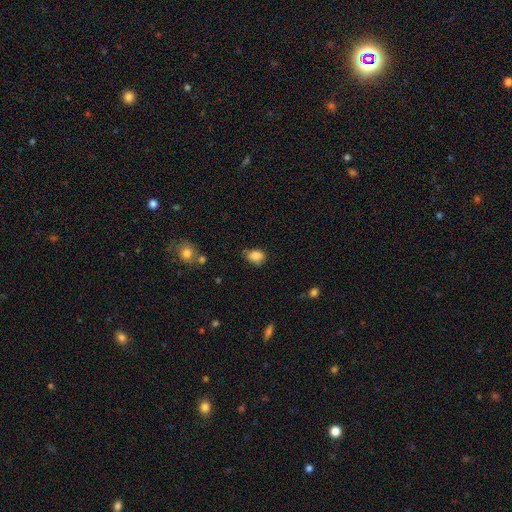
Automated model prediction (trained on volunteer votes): Q: Smooth or featured?
A: smooth (84%); runner-up: star or artifact (9%)
Q: How rounded?
A: in between (78%); runner-up: round (20%)
Q: Merging?
A: none (68%); runner-up: minor disturbance (24%)